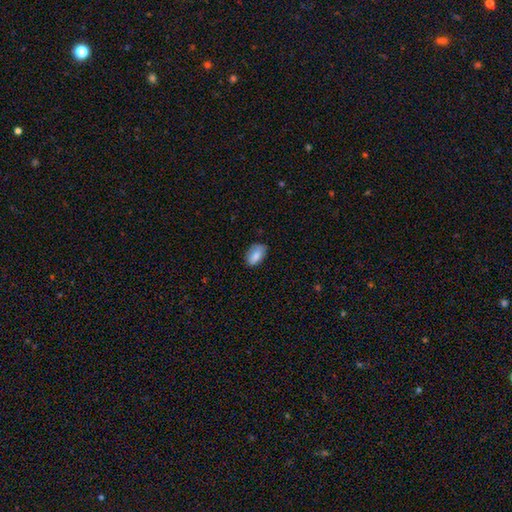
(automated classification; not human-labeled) smooth-or-featured: smooth: 82% | featured or disk: 11% | star or artifact: 7%
  how-rounded: in between: 92% | round: 6% | cigar-shaped: 3%
  merging: none: 73% | minor disturbance: 22% | major disturbance: 4% | merger: 1%